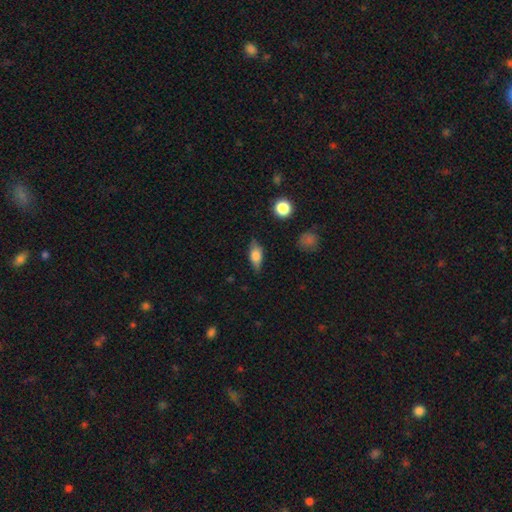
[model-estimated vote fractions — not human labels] smooth 64%, featured or disk 28%, star or artifact 8%. Down the decision tree: how rounded — in between (76%); merging — none (79%).